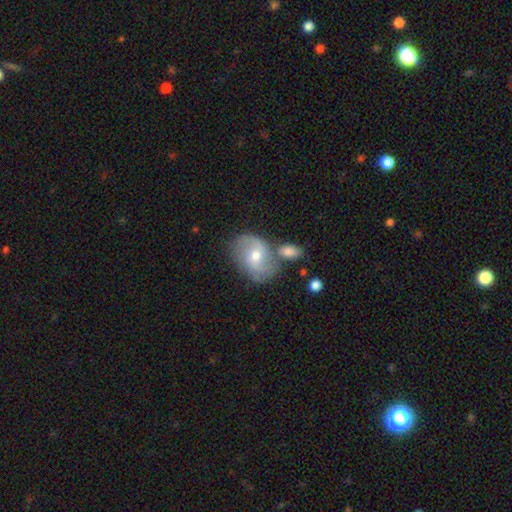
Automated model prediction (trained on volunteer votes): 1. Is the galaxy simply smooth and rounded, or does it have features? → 64% featured or disk, 29% smooth, 7% star or artifact.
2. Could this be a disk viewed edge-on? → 96% no, 4% yes.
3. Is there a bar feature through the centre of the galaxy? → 48% no, 41% weak, 11% strong.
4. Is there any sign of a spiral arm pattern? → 83% yes, 17% no.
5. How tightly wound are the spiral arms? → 43% medium, 38% loose, 18% tight.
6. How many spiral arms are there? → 83% 2, 10% can't tell, 3% 3, 2% 1, 1% 4, 1% more than 4.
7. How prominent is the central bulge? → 61% moderate, 35% small, 3% large, 1% none, 1% dominant.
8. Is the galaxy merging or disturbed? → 53% none, 24% merger, 17% minor disturbance, 6% major disturbance.